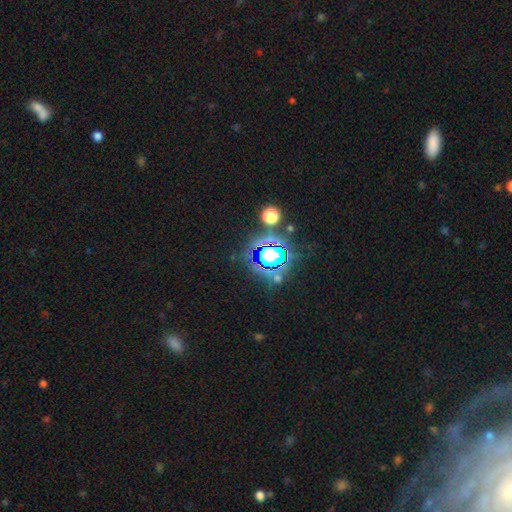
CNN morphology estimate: type=star or artifact (78%).